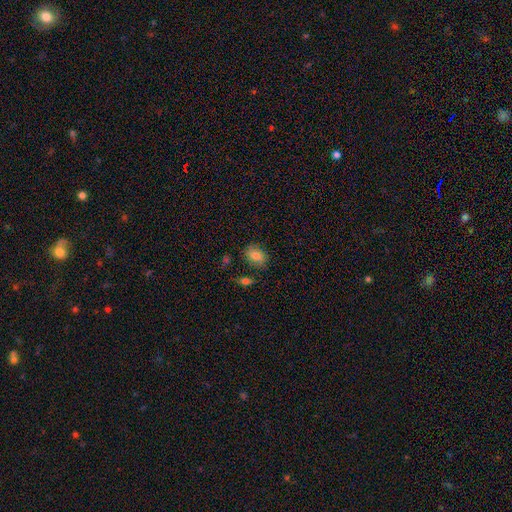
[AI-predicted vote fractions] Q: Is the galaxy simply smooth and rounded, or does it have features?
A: smooth — 81%.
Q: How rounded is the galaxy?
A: in between — 70%.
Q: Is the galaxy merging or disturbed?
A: none — 80%.